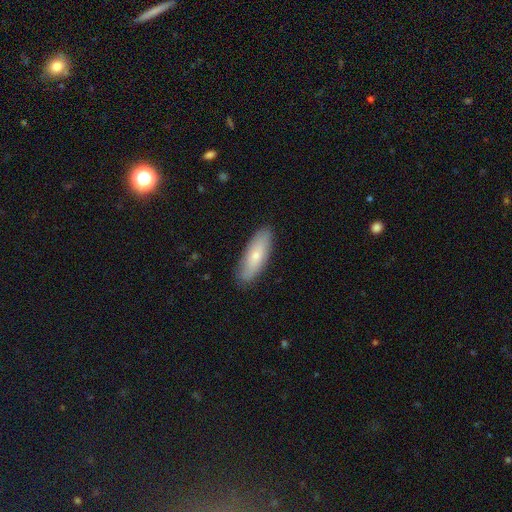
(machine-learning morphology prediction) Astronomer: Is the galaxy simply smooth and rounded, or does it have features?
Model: smooth — 69%.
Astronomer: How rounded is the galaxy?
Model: in between — 58% (runner-up: cigar-shaped, 40%).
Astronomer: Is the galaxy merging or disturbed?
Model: none — 86%.